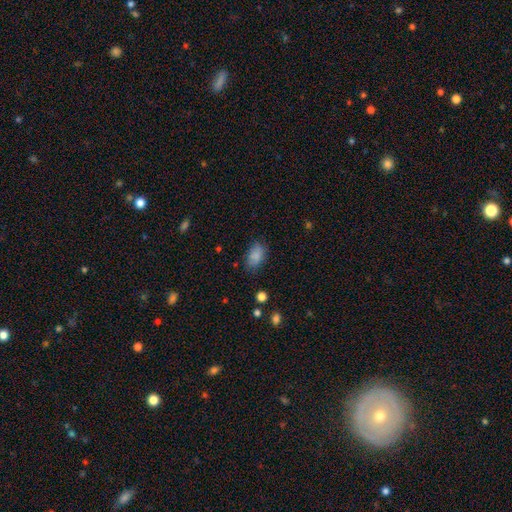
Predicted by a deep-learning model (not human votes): smooth-or-featured: smooth: 85% | star or artifact: 9% | featured or disk: 6%
  how-rounded: in between: 90% | round: 8% | cigar-shaped: 2%
  merging: none: 77% | minor disturbance: 17% | major disturbance: 5% | merger: 2%